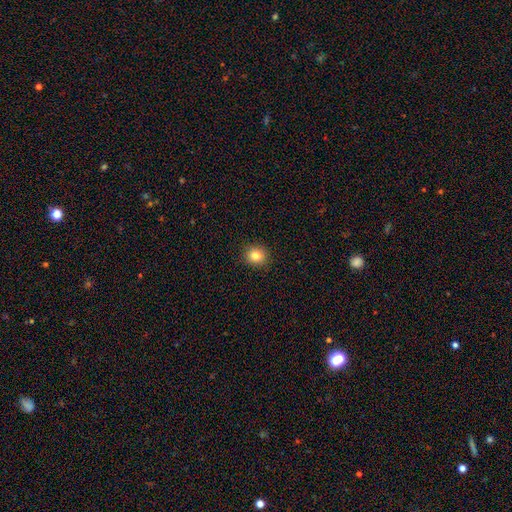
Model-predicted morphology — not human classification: smooth_or_featured: smooth (p=0.82) [alt: star or artifact p=0.11]
how_rounded: round (p=0.84) [alt: in between p=0.16]
merging: none (p=0.91) [alt: minor disturbance p=0.06]